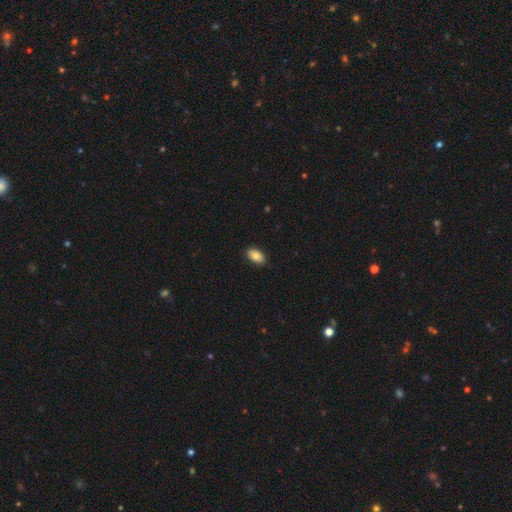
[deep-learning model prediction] A smooth galaxy with no disk features (83%) that is in between round and cigar-shaped (93%). Merging: none (86%).